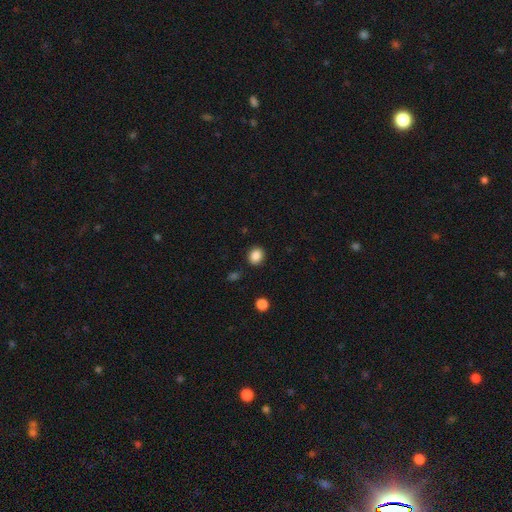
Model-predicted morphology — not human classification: Smooth or featured: smooth — 87% (star or artifact — 10%)
How rounded: round — 67% (in between — 32%)
Merging: none — 88% (minor disturbance — 8%)